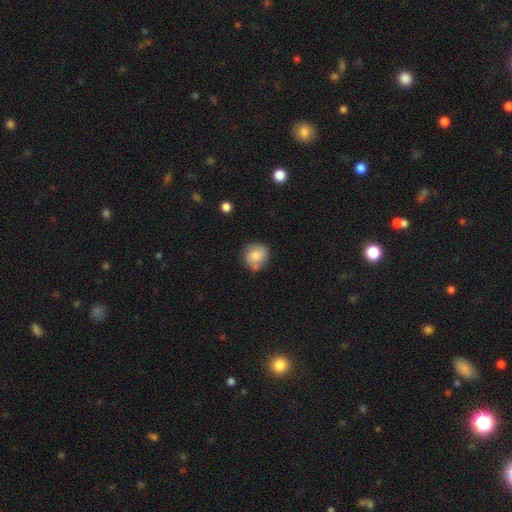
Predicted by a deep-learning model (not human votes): This appears to be a smooth galaxy with no disk features (73%) that is round (87%). Merging: none (68%).